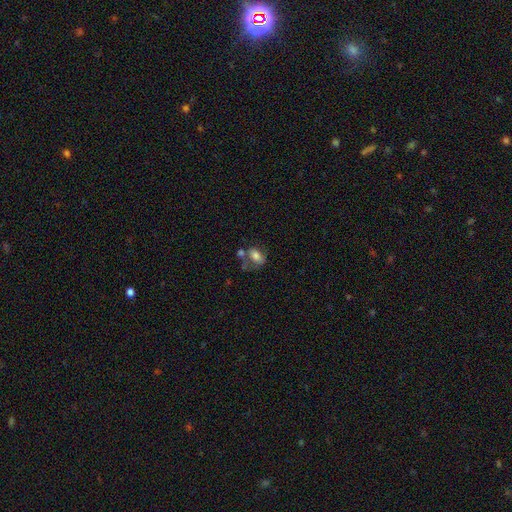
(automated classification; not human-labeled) Smooth or featured? Predicted: smooth (p=0.66). How rounded? Predicted: in between (p=0.80). Merging? Predicted: none (p=0.37).